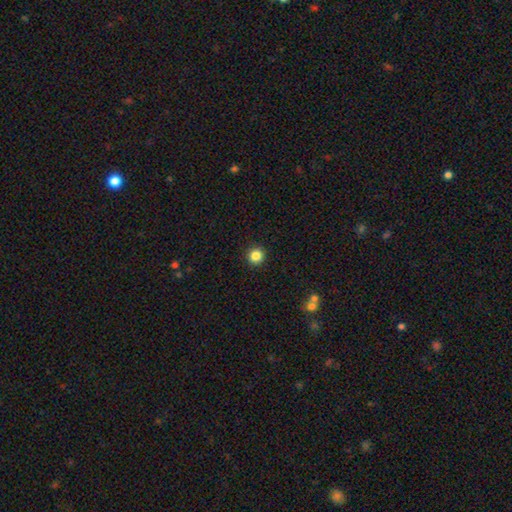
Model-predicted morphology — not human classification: Smooth or featured? smooth (84%)
How rounded? round (95%)
Merging? none (93%)